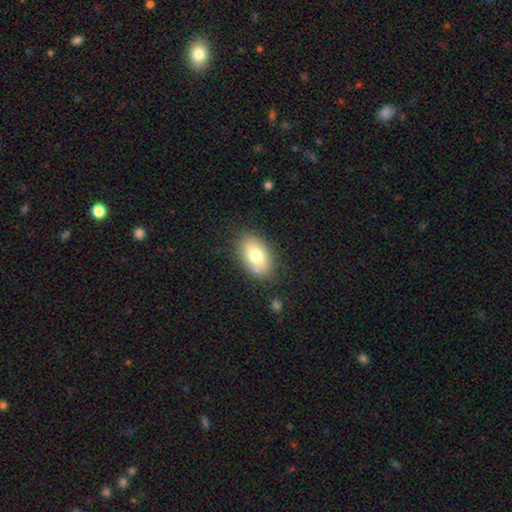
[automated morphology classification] A smooth galaxy with no disk features (74%) that is in between round and cigar-shaped (88%). Merging: none (80%).